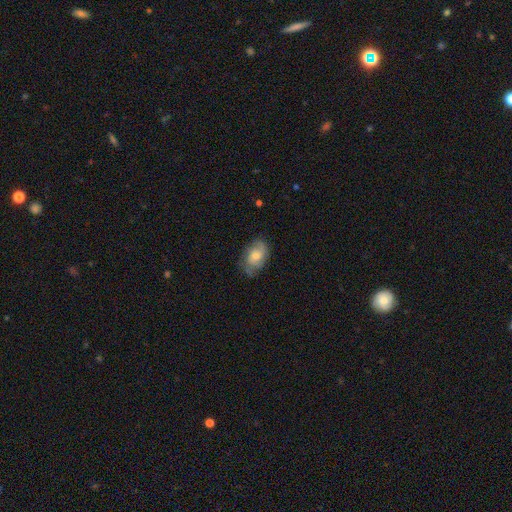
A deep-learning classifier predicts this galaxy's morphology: smooth-or-featured: featured or disk: 52% | smooth: 41% | star or artifact: 7%
  disk-edge-on: no: 95% | yes: 5%
  merging: none: 67% | minor disturbance: 24% | major disturbance: 8% | merger: 1%